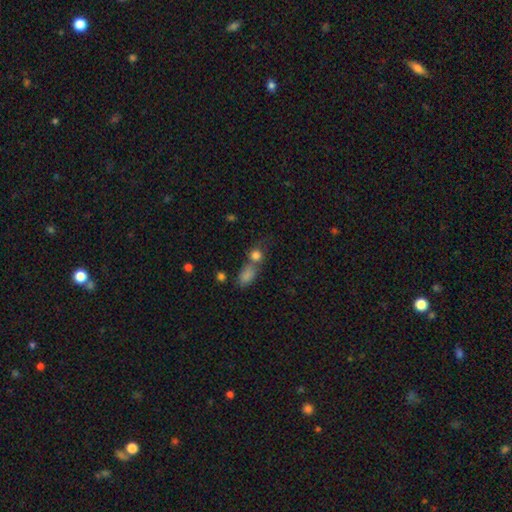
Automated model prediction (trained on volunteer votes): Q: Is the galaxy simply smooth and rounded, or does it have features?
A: smooth — 80%.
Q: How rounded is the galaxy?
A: round — 69%.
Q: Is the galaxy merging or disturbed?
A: none — 43%.